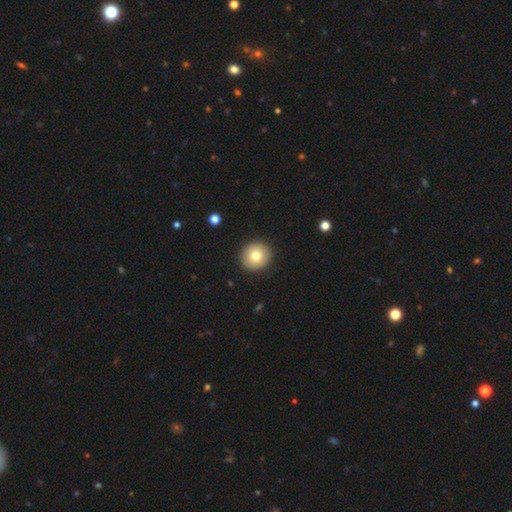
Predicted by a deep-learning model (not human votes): Smooth or featured? smooth (78%)
How rounded? round (90%)
Merging? none (92%)